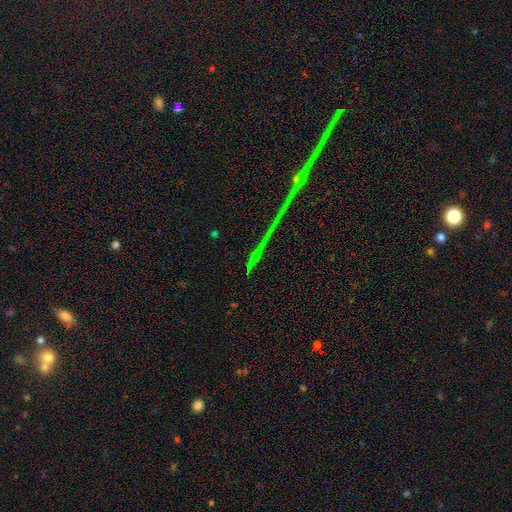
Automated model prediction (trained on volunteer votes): A star or artifact, not a galaxy (76%).